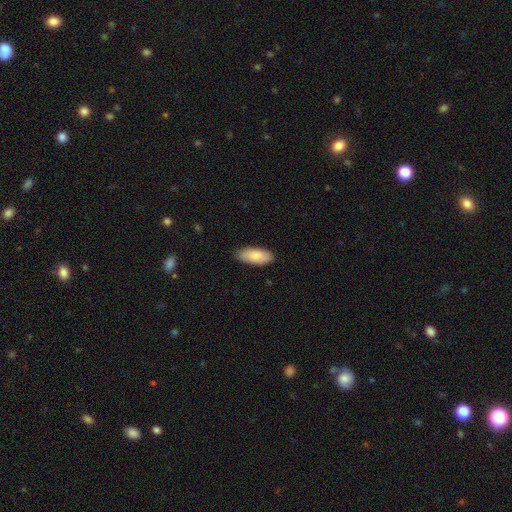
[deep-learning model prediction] A smooth galaxy with no disk features (86%) that is in between round and cigar-shaped (86%).

Vote fractions:
- Smooth or featured? smooth: 86% / featured or disk: 8% / star or artifact: 5%
- How rounded? in between: 86% / cigar-shaped: 13% / round: 2%
- Merging? none: 86% / minor disturbance: 11% / major disturbance: 2% / merger: 1%